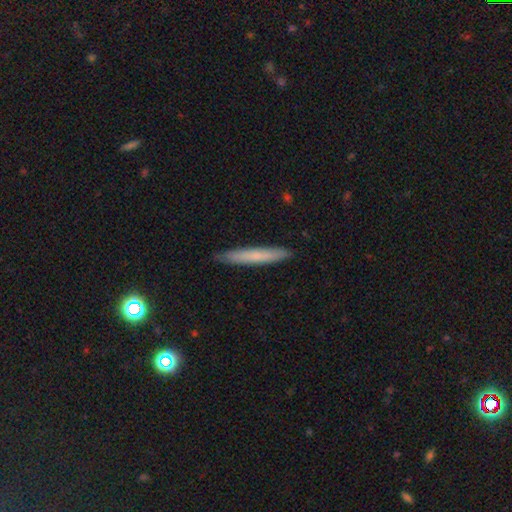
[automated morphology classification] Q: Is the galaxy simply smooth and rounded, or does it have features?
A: smooth — 68%.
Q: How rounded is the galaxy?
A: cigar-shaped — 95%.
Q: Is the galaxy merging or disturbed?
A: none — 88%.